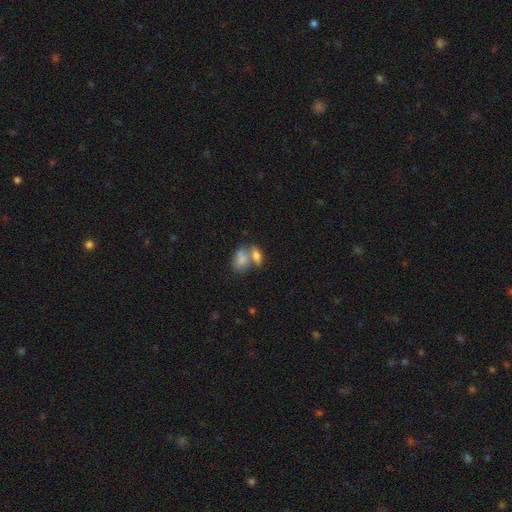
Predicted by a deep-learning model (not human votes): smooth 71%, featured or disk 19%, star or artifact 9%. Down the decision tree: how rounded — in between (82%); merging — merger (57%).